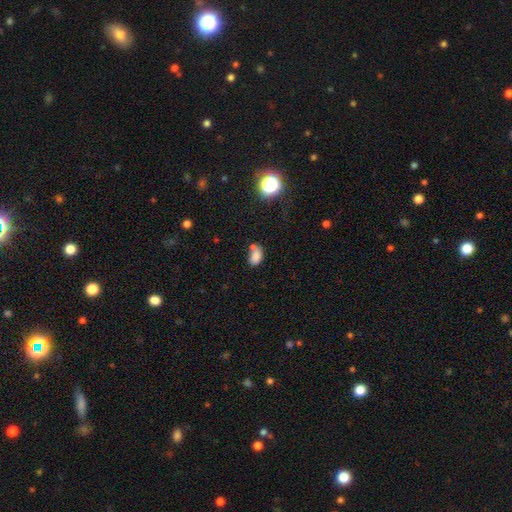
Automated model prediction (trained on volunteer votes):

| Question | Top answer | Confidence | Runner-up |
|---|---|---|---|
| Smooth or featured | smooth | 80% | star or artifact (12%) |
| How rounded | in between | 87% | round (12%) |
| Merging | none | 46% | merger (24%) |